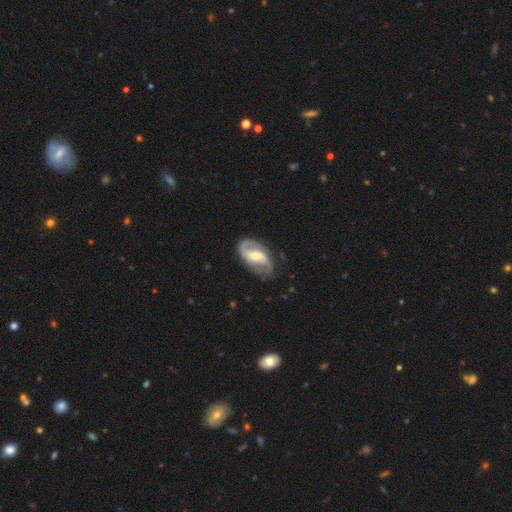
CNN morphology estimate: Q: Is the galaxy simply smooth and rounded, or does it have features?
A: featured or disk — 83%.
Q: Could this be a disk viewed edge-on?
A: no — 96%.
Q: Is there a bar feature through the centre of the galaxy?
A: weak — 43%.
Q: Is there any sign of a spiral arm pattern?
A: yes — 94%.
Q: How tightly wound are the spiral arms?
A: medium — 48%.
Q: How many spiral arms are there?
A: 2 — 84%.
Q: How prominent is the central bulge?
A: moderate — 55%.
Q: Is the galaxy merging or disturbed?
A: none — 73%.